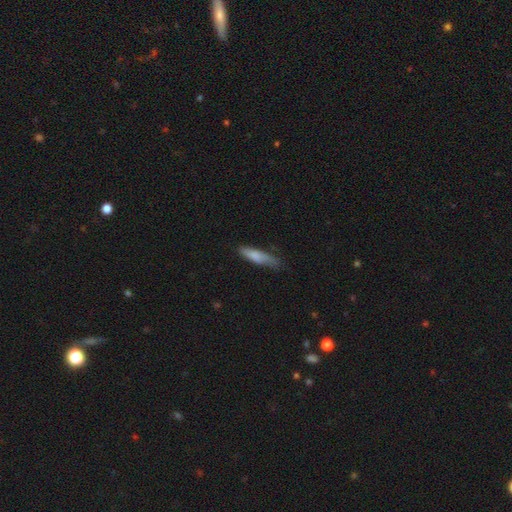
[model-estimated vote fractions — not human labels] Smooth or featured?
  - smooth: 77% *
  - featured or disk: 17%
  - star or artifact: 6%
How rounded?
  - cigar-shaped: 74% *
  - in between: 24%
  - round: 2%
Merging?
  - none: 60% *
  - minor disturbance: 31%
  - major disturbance: 7%
  - merger: 2%